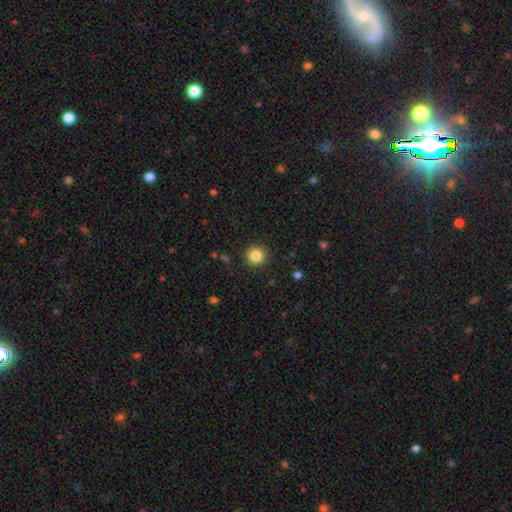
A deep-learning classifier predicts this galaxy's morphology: A smooth galaxy with no disk features (85%) that is round (95%).

Vote fractions:
- Smooth or featured? smooth: 85% / star or artifact: 10% / featured or disk: 5%
- How rounded? round: 95% / in between: 4% / cigar-shaped: 1%
- Merging? none: 91% / minor disturbance: 6% / major disturbance: 2% / merger: 1%